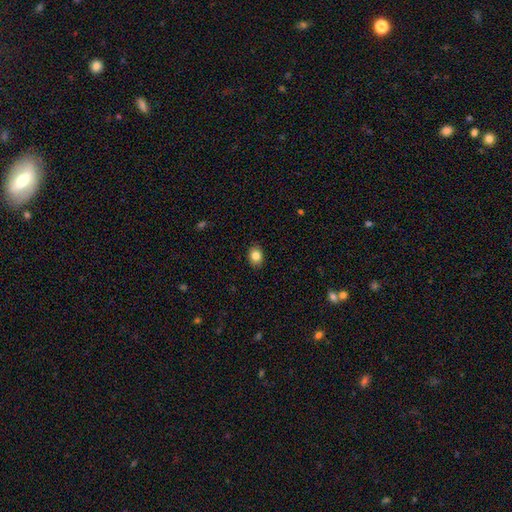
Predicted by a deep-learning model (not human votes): Morphology: type=smooth (84%); roundness=in between (61%); merging=none (89%).